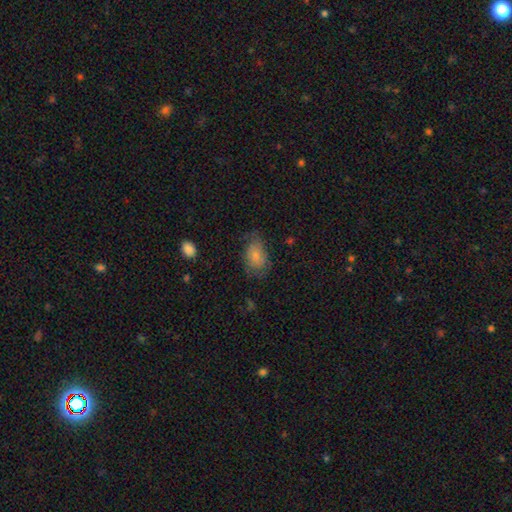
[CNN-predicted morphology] smooth 70%, featured or disk 22%, star or artifact 8%. Down the decision tree: how rounded — in between (86%); merging — none (54%).